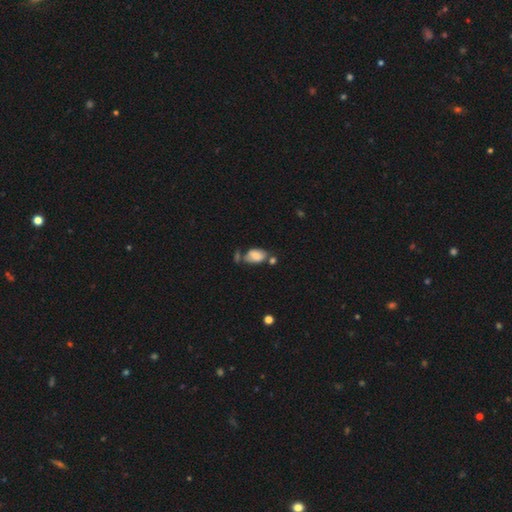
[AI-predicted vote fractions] This appears to be a smooth galaxy with no disk features (76%) that is in between round and cigar-shaped (88%). Merging: none (44%).